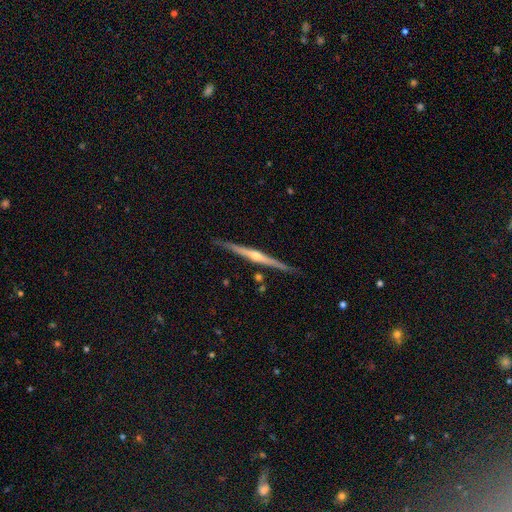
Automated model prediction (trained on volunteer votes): This appears to be a featured or disk galaxy (84%) viewed edge-on (99%) with a rounded central bulge (88%). Merging: none (89%).